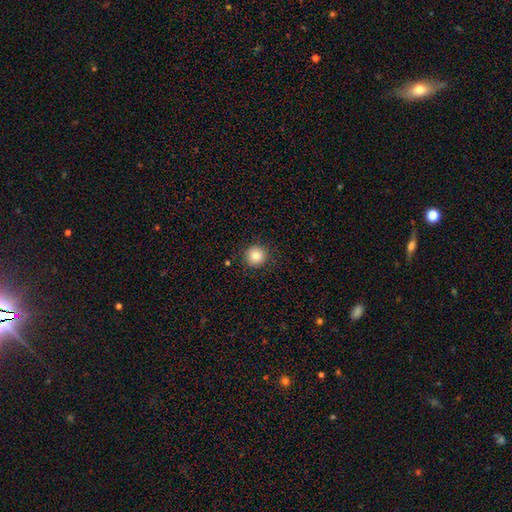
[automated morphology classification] Q: Smooth or featured?
A: smooth (83%); runner-up: star or artifact (10%)
Q: How rounded?
A: round (94%); runner-up: in between (5%)
Q: Merging?
A: none (90%); runner-up: minor disturbance (7%)